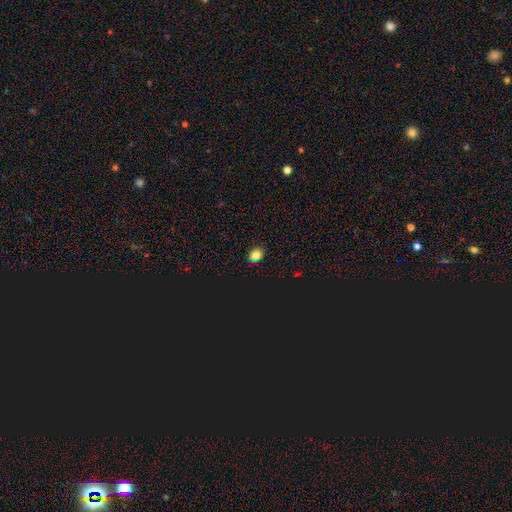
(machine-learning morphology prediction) Smooth or featured? smooth (74%)
How rounded? round (51%)
Merging? none (88%)